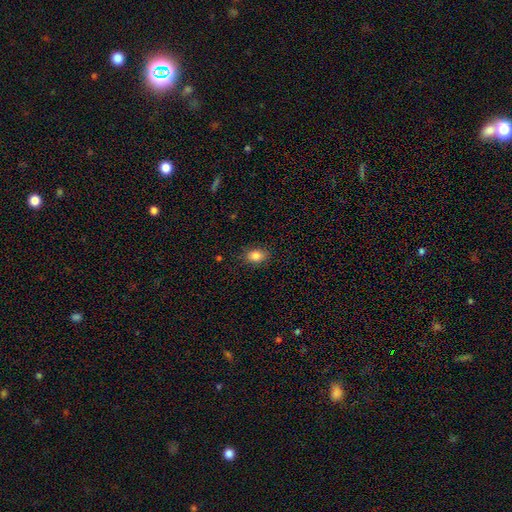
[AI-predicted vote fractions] This appears to be a smooth galaxy with no disk features (84%) that is in between round and cigar-shaped (72%). Merging: none (86%).